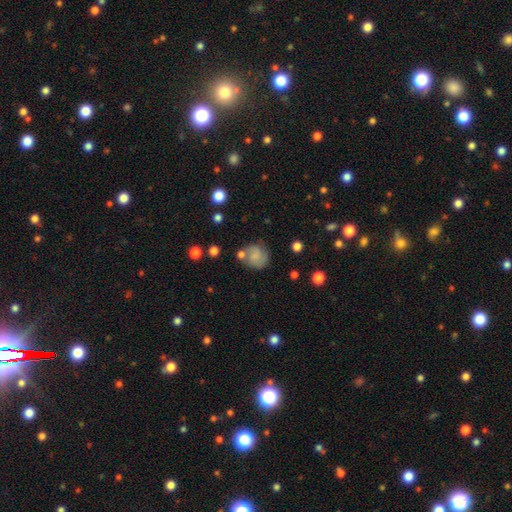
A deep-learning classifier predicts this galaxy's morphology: Smooth or featured? Predicted: smooth (p=0.62). How rounded? Predicted: round (p=0.80). Merging? Predicted: none (p=0.60).